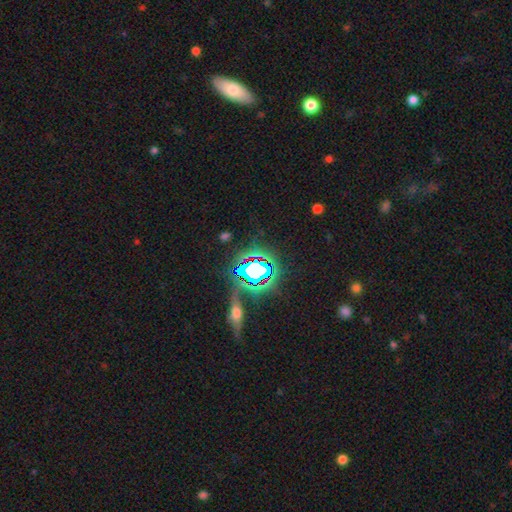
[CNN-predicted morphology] Q: Smooth or featured?
A: star or artifact (69%); runner-up: smooth (16%)